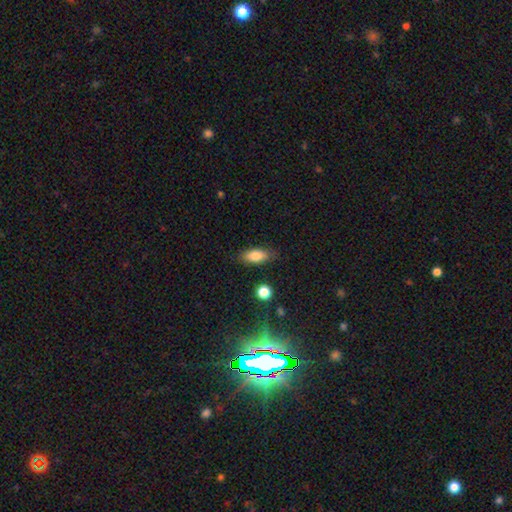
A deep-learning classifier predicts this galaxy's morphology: Smooth or featured?
  - smooth: 82% *
  - featured or disk: 10%
  - star or artifact: 8%
How rounded?
  - in between: 79% *
  - cigar-shaped: 17%
  - round: 4%
Merging?
  - none: 83% *
  - minor disturbance: 12%
  - major disturbance: 3%
  - merger: 2%